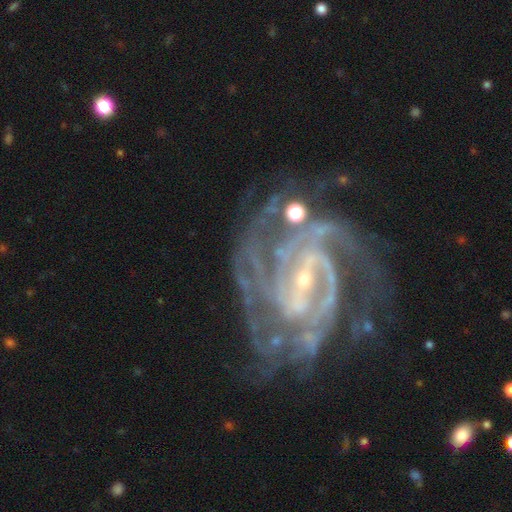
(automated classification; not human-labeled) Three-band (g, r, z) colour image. It shows a featured or disk galaxy (92%) with a strong bar (44%), 2 (23%) tight (61%) spiral arms (98%) and a small central bulge (81%). Merging: none (61%).